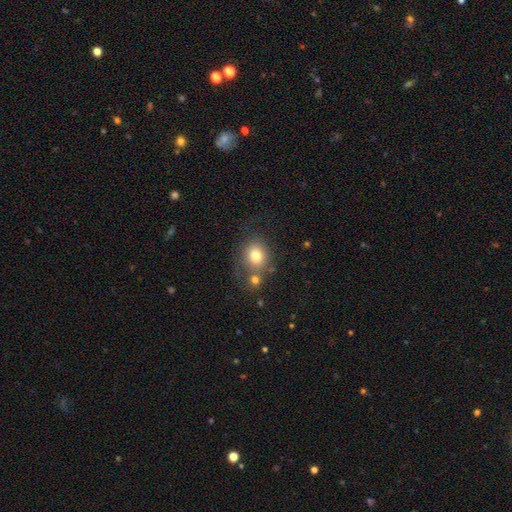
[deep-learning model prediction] Q: Smooth or featured?
A: smooth (78%); runner-up: featured or disk (11%)
Q: How rounded?
A: round (65%); runner-up: in between (34%)
Q: Merging?
A: none (57%); runner-up: merger (21%)